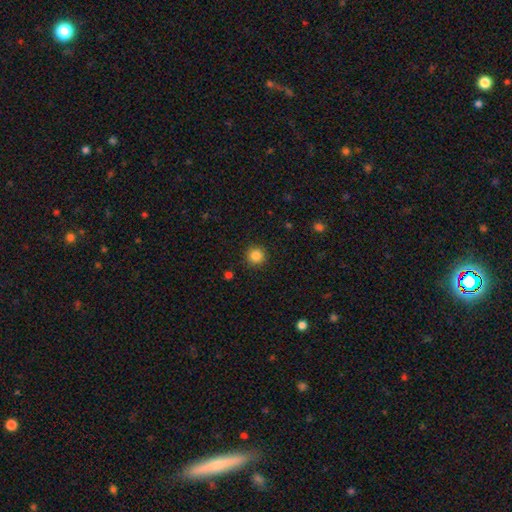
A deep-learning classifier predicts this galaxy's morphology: This appears to be a smooth galaxy with no disk features (85%) that is round (95%). Merging: none (92%).